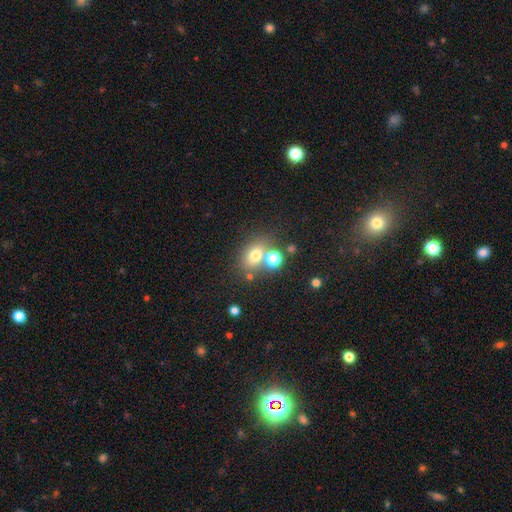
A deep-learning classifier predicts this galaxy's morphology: Q: Smooth or featured?
A: smooth (72%); runner-up: star or artifact (16%)
Q: How rounded?
A: in between (53%); runner-up: round (45%)
Q: Merging?
A: none (59%); runner-up: merger (25%)